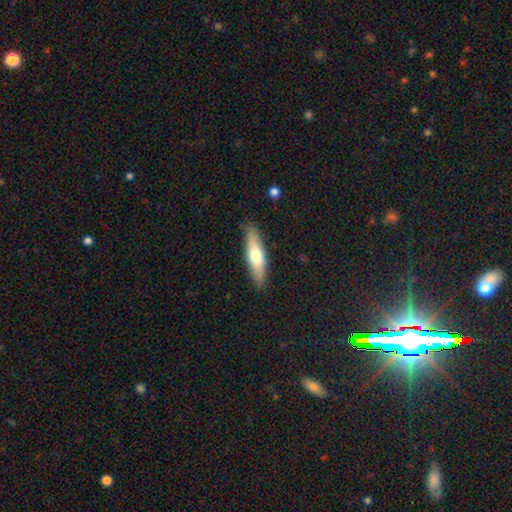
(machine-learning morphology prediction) Overall: smooth (59%; featured or disk 36%). How rounded: cigar-shaped (73%). Merging: none (88%).